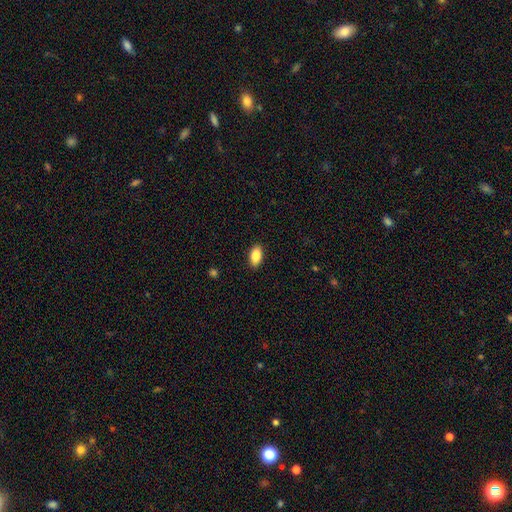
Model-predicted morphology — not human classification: Smooth or featured? smooth (88%)
How rounded? in between (93%)
Merging? none (89%)